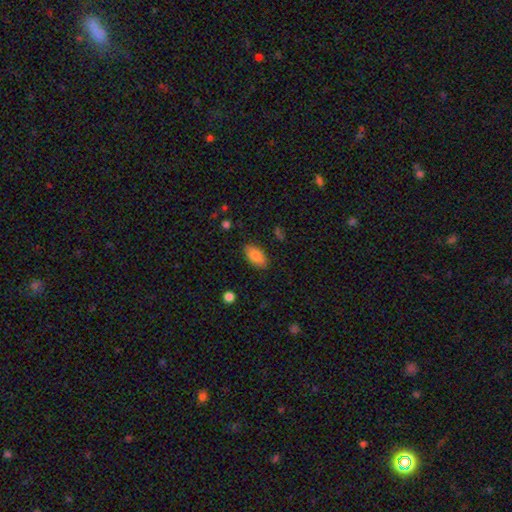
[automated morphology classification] Overall: smooth (85%). How rounded: in between (93%). Merging: none (85%).